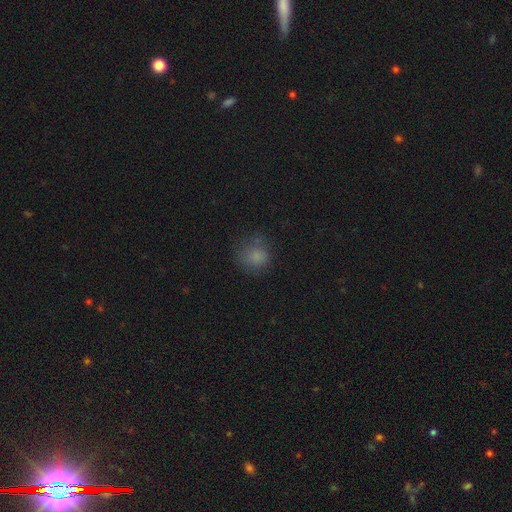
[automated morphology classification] Smooth or featured? Predicted: smooth (p=0.78). How rounded? Predicted: round (p=0.85). Merging? Predicted: none (p=0.64).